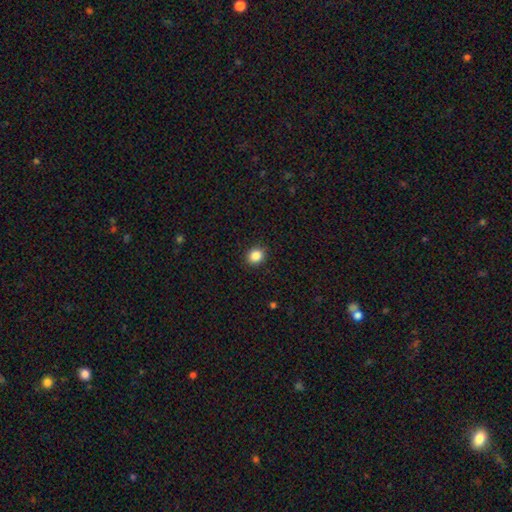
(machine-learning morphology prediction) Overall: smooth (87%). How rounded: round (73%). Merging: none (90%).